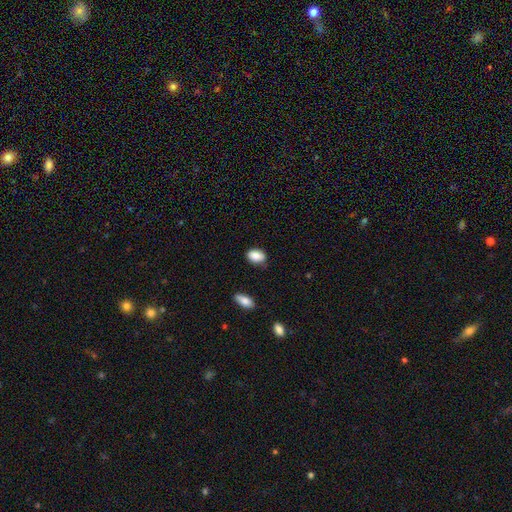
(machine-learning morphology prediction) smooth_or_featured: smooth (p=0.88) [alt: star or artifact p=0.07]
how_rounded: in between (p=0.86) [alt: round p=0.12]
merging: none (p=0.76) [alt: minor disturbance p=0.18]